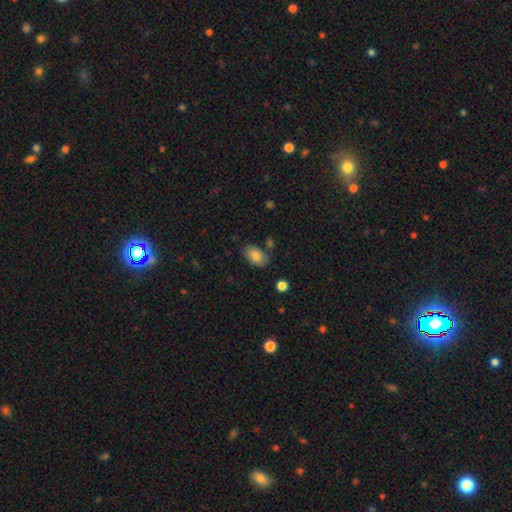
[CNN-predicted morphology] Q: Smooth or featured?
A: smooth (82%); runner-up: featured or disk (11%)
Q: How rounded?
A: in between (91%); runner-up: round (8%)
Q: Merging?
A: none (78%); runner-up: minor disturbance (14%)